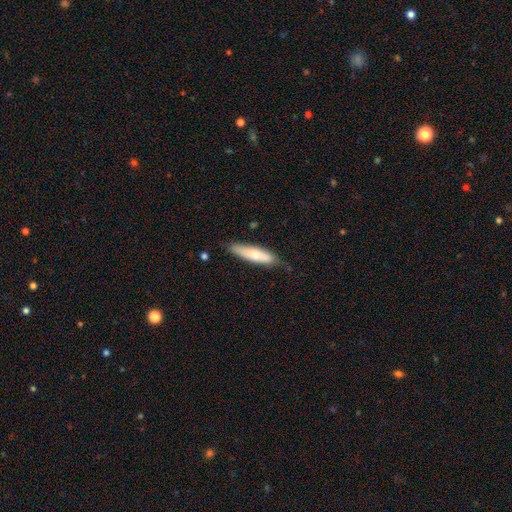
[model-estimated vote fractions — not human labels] smooth-or-featured: smooth: 66% | featured or disk: 28% | star or artifact: 6%
  how-rounded: cigar-shaped: 71% | in between: 27% | round: 2%
  merging: none: 76% | minor disturbance: 19% | major disturbance: 3% | merger: 2%